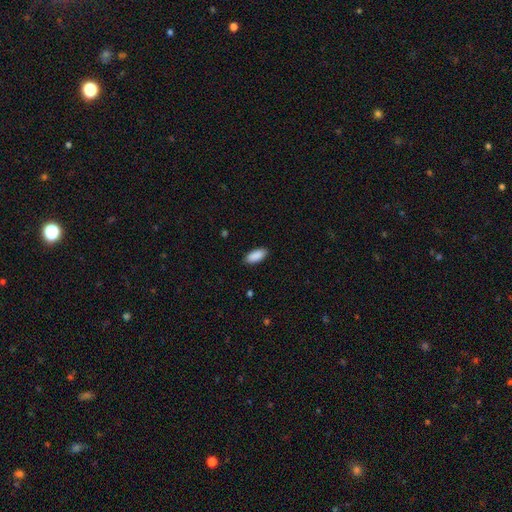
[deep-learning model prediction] smooth 91%, star or artifact 6%, featured or disk 3%. Down the decision tree: how rounded — in between (89%); merging — none (89%).